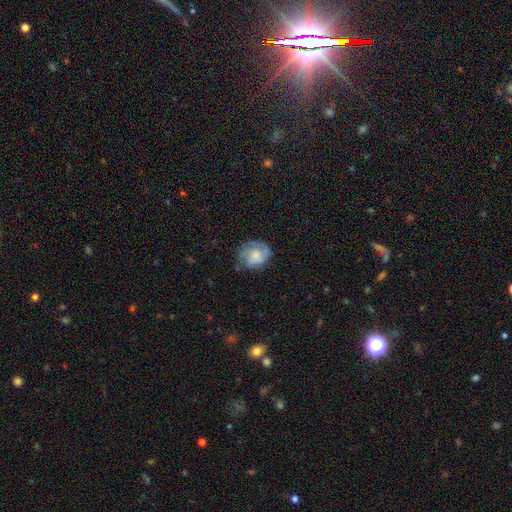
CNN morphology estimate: This is possibly a featured or disk galaxy (48%). Merging: possibly none (60%).